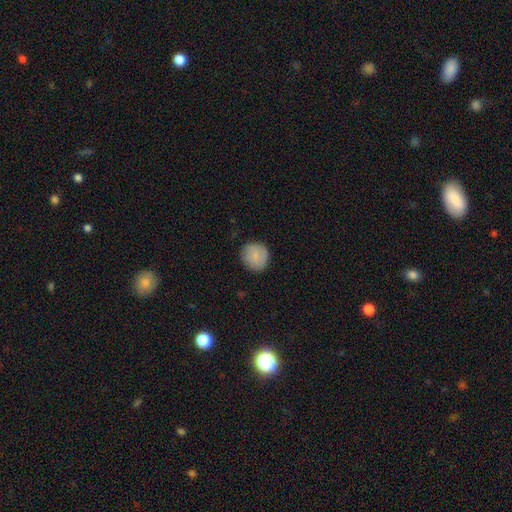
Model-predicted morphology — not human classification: The model was most divided on "merging": none: 83%, minor disturbance: 13%, major disturbance: 3%, merger: 1%. More confident: how rounded — round (90%); smooth or featured — smooth (82%).